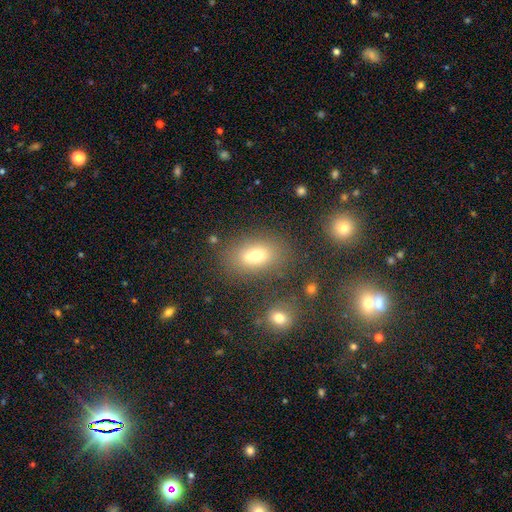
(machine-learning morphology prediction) smooth-or-featured: smooth: 70% | featured or disk: 16% | star or artifact: 14%
  how-rounded: in between: 82% | round: 15% | cigar-shaped: 3%
  merging: none: 69% | minor disturbance: 13% | merger: 13% | major disturbance: 5%